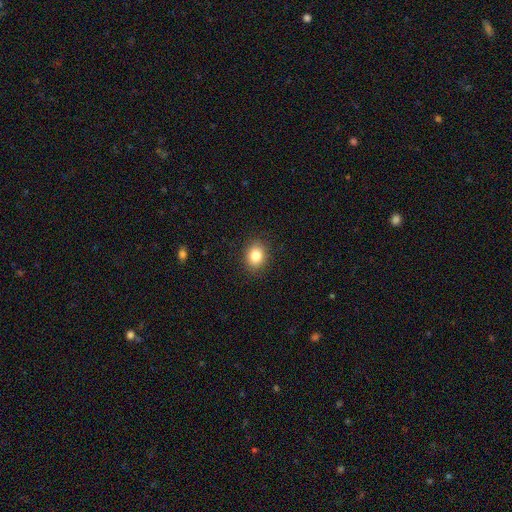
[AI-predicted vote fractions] Smooth or featured? smooth (83%)
How rounded? round (51%)
Merging? none (89%)